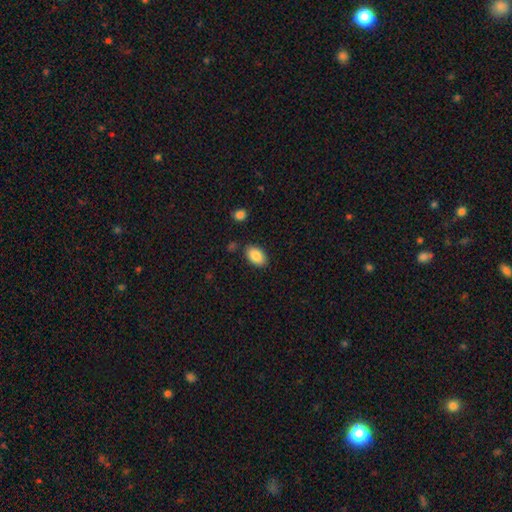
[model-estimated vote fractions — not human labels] Q: Smooth or featured?
A: smooth (87%); runner-up: star or artifact (7%)
Q: How rounded?
A: in between (92%); runner-up: round (7%)
Q: Merging?
A: none (85%); runner-up: minor disturbance (10%)